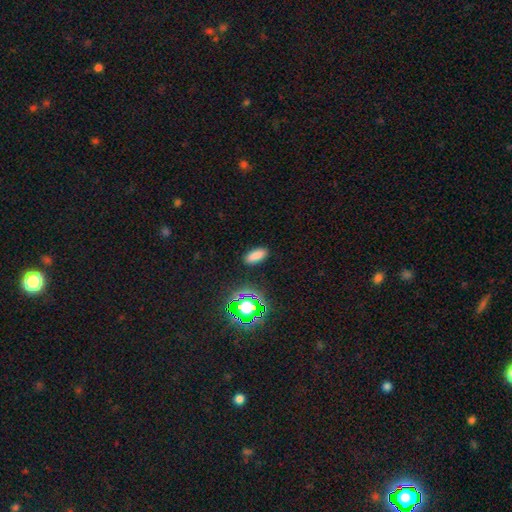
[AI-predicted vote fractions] smooth 78%, star or artifact 16%, featured or disk 6%. Down the decision tree: how rounded — in between (83%); merging — none (89%).